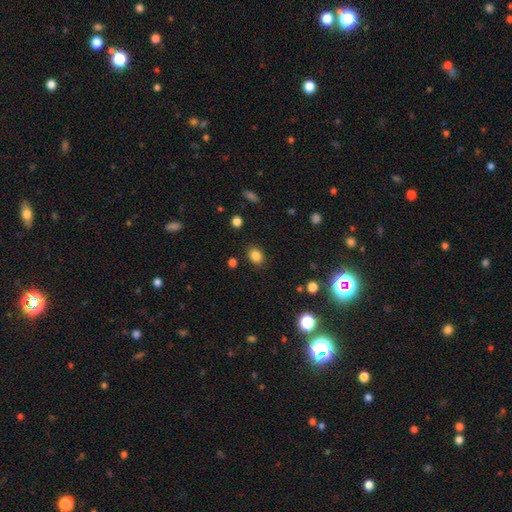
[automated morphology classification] This appears to be a smooth galaxy with no disk features (84%) that is round (51%). Merging: none (86%).